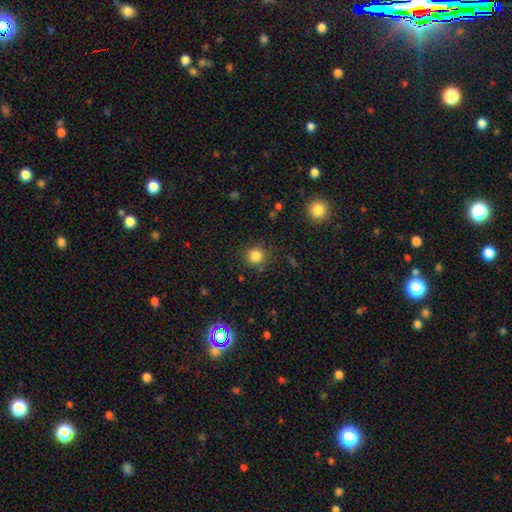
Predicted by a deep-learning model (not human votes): Morphology: type=smooth (83%); roundness=round (90%); merging=none (85%).